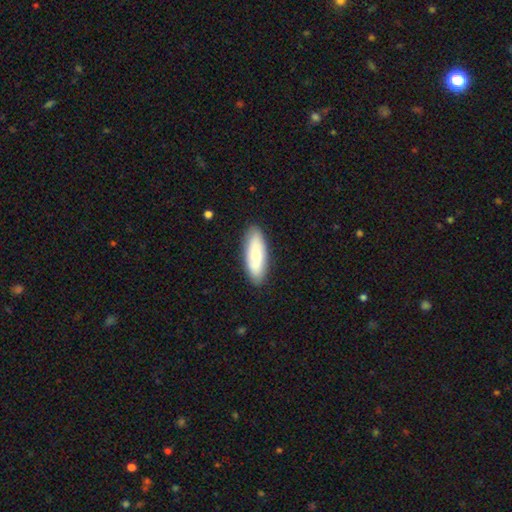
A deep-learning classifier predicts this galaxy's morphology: This appears to be a smooth galaxy with no disk features (65%) that is in between round and cigar-shaped (66%). Merging: none (87%).